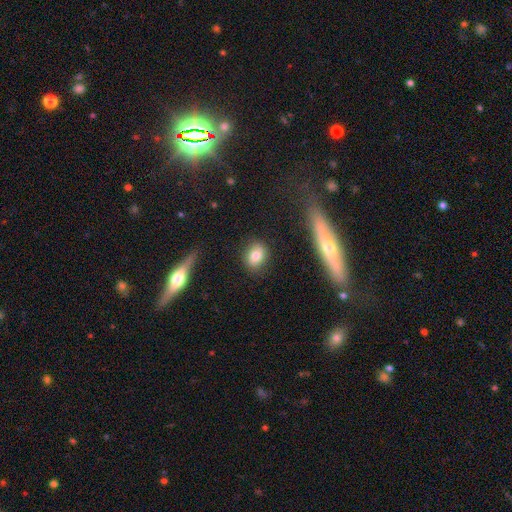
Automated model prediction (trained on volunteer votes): A smooth galaxy with no disk features (80%) that is in between round and cigar-shaped (52%). Merging: none (83%).